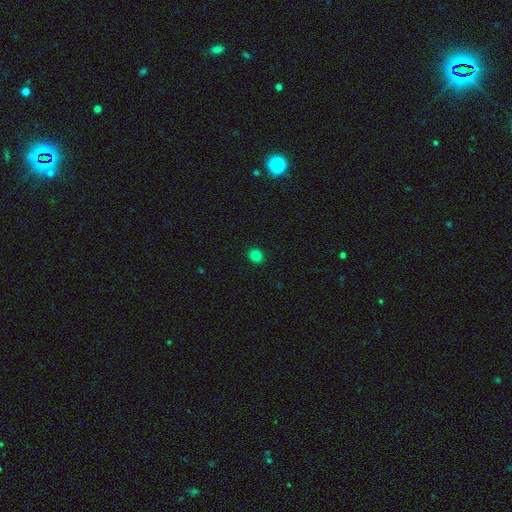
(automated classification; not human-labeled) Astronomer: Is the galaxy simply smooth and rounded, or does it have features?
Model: smooth — 83%.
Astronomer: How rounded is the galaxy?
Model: round — 72%.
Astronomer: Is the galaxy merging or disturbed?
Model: none — 92%.